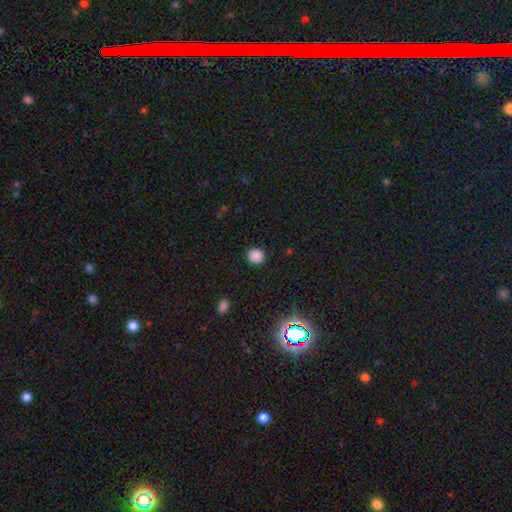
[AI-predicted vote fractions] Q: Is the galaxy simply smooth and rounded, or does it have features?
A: smooth — 85%.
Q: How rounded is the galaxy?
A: round — 91%.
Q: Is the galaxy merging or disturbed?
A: none — 90%.